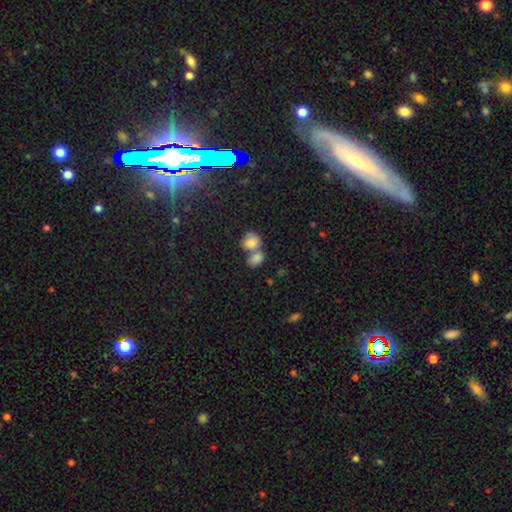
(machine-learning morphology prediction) Smooth or featured: smooth — 81% (featured or disk — 10%)
How rounded: in between — 63% (round — 35%)
Merging: merger — 60% (none — 28%)